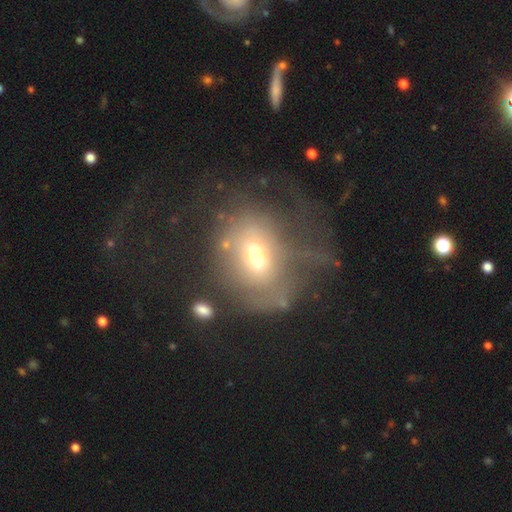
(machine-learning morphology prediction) This is marginally a featured or disk galaxy (44%). Merging: marginally major disturbance (45%).